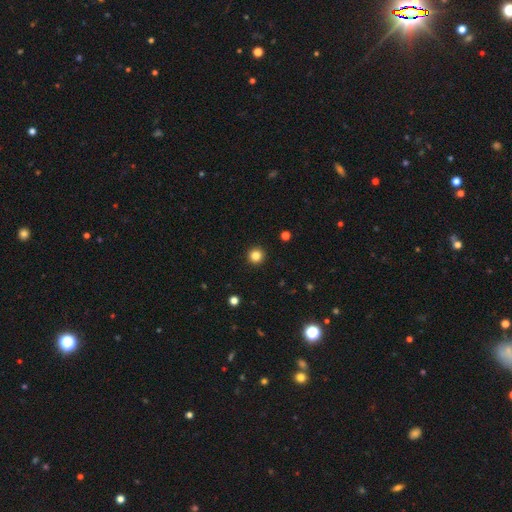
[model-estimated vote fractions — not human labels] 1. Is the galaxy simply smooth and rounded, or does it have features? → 84% smooth, 12% star or artifact, 4% featured or disk.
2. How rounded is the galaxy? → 96% round, 3% in between, 1% cigar-shaped.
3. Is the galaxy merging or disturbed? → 94% none, 4% minor disturbance, 1% major disturbance, 1% merger.